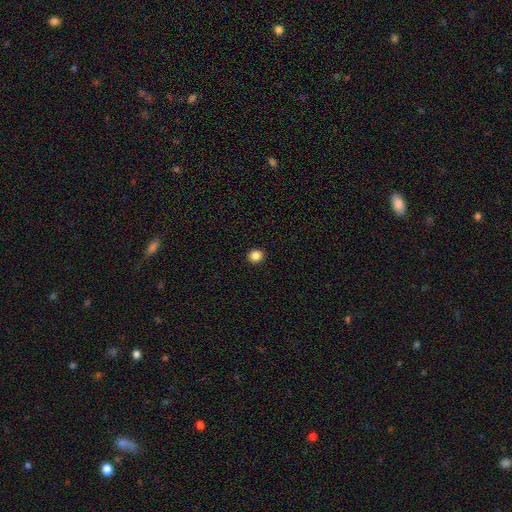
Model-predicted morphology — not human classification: Q: Smooth or featured?
A: smooth (86%); runner-up: star or artifact (11%)
Q: How rounded?
A: round (88%); runner-up: in between (11%)
Q: Merging?
A: none (93%); runner-up: minor disturbance (4%)